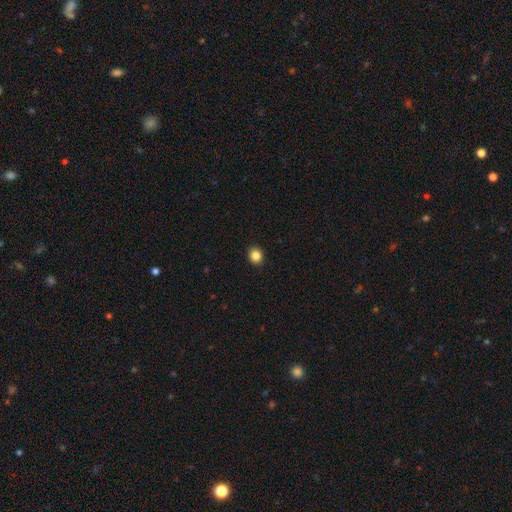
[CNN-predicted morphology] Smooth or featured? smooth (85%)
How rounded? round (74%)
Merging? none (92%)